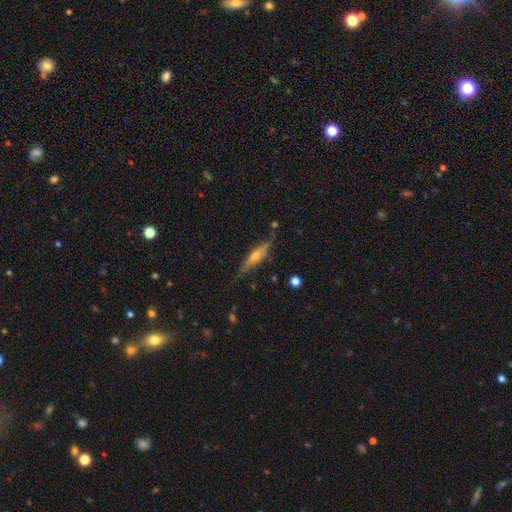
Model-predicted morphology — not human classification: This appears to be a featured or disk galaxy (66%) viewed edge-on (95%) with a rounded central bulge (82%). Merging: none (82%).